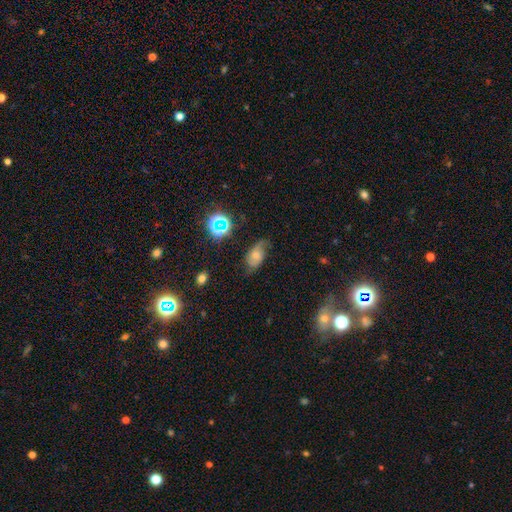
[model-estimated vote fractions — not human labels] Overall: featured or disk (48%; smooth 37%). Merging: none (55%; minor disturbance 29%).